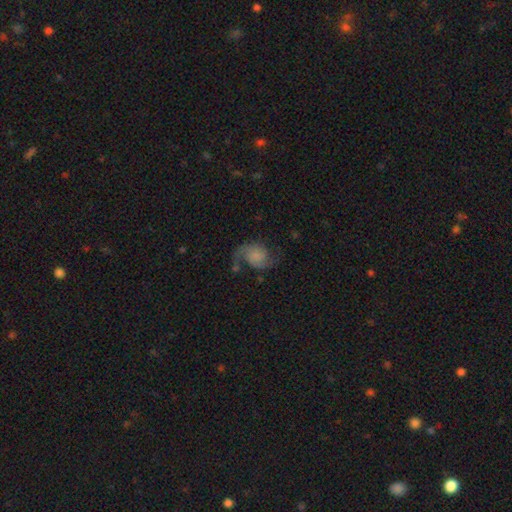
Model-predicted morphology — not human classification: The model was most divided on "spiral winding": loose: 47%, medium: 41%, tight: 12%. More confident: edge-on disk — no (98%); spiral arms — yes (96%); spiral arm count — 2 (91%); smooth or featured — featured or disk (80%); bar — no (73%); merging — none (63%); bulge size — none (51%).